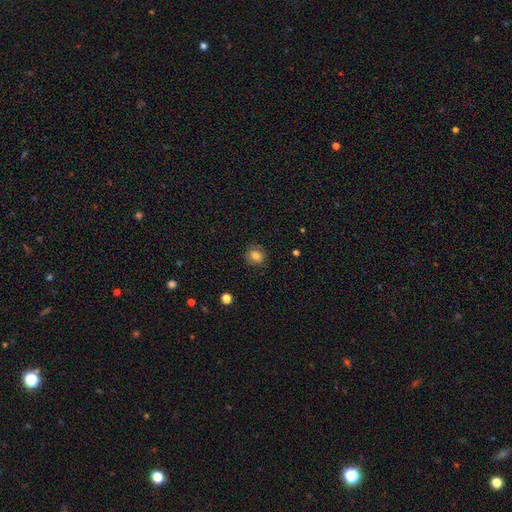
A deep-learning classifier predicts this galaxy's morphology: This is clearly a smooth galaxy (81%). How rounded: likely round (70%). Merging: clearly none (84%).